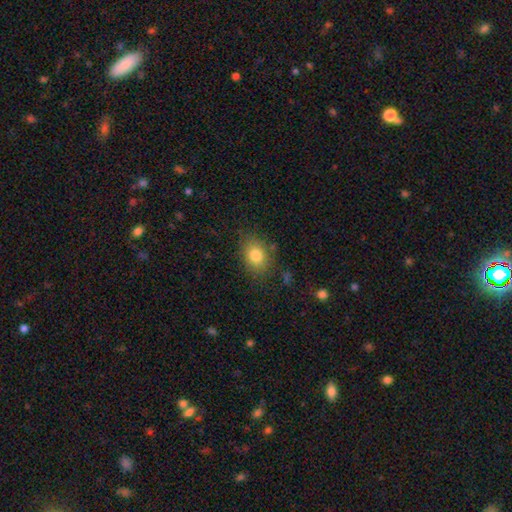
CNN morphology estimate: type=smooth (81%); roundness=in between (64%); merging=none (78%).